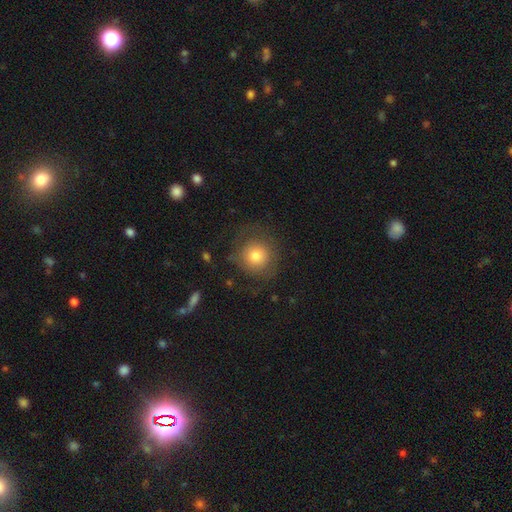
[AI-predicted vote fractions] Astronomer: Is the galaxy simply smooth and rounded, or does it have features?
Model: smooth — 72%.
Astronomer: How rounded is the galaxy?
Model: round — 91%.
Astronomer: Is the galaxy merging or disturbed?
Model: none — 70%.